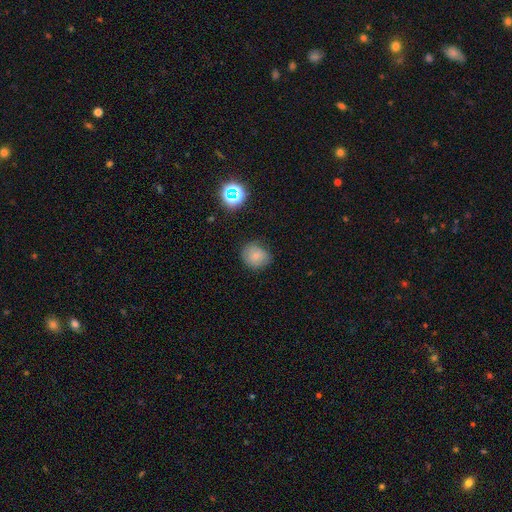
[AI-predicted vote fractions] smooth_or_featured: smooth (p=0.73) [alt: star or artifact p=0.14]
how_rounded: round (p=0.75) [alt: in between p=0.24]
merging: none (p=0.75) [alt: minor disturbance p=0.19]